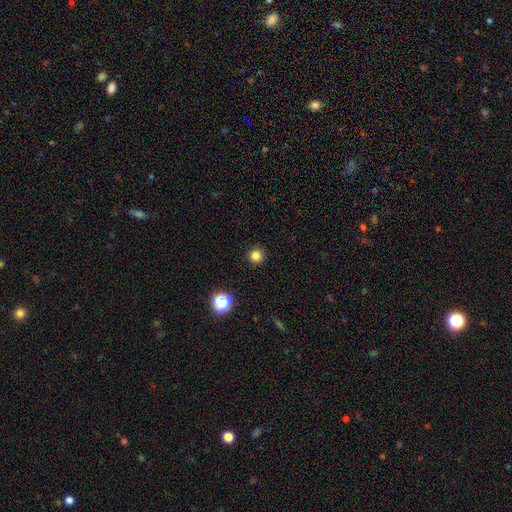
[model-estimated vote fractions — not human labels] This appears to be a smooth galaxy with no disk features (82%) that is round (96%). Merging: none (92%).